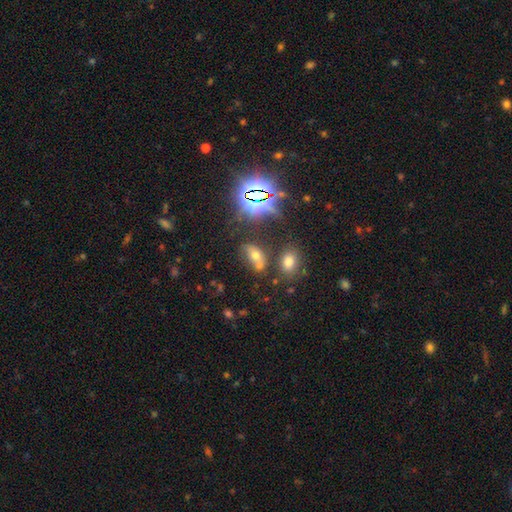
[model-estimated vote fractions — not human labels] Morphology: type=smooth (43%); merging=none (59%).